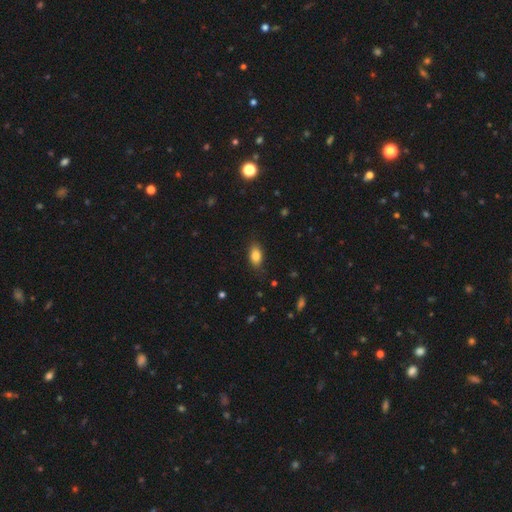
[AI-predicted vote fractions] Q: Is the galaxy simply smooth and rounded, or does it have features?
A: smooth — 84%.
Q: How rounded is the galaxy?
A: in between — 89%.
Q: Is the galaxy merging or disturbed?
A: none — 83%.